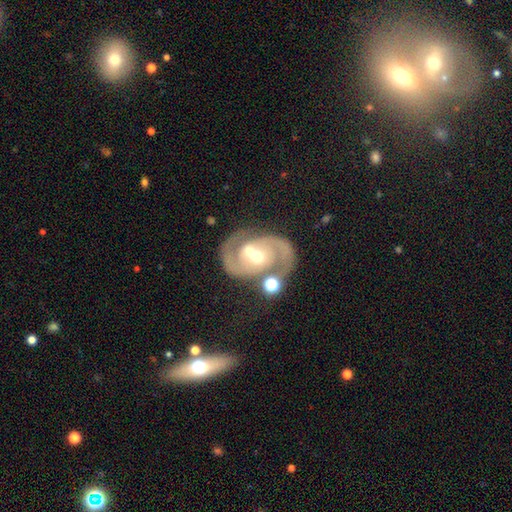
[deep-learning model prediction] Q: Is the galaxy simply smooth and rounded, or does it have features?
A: featured or disk — 88%.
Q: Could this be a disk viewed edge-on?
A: no — 98%.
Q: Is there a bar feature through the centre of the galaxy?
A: no — 61%.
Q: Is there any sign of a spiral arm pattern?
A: yes — 95%.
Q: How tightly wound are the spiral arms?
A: medium — 53%.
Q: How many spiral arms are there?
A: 2 — 91%.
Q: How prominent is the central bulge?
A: moderate — 65%.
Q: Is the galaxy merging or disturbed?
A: none — 56%.